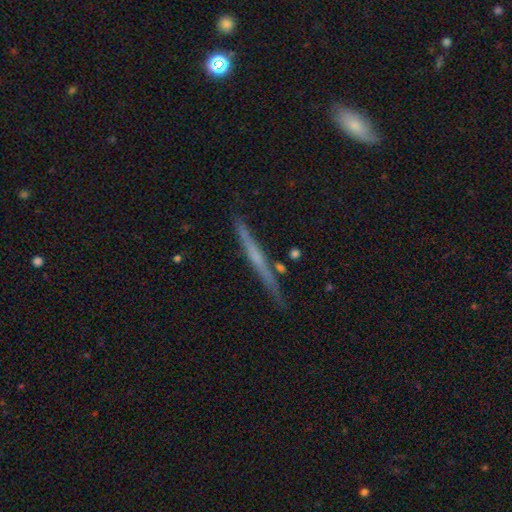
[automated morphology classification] This is likely a featured or disk galaxy (62%). It is clearly viewed edge-on (97%). Edge-on bulge: likely none (68%). Merging: clearly none (87%).